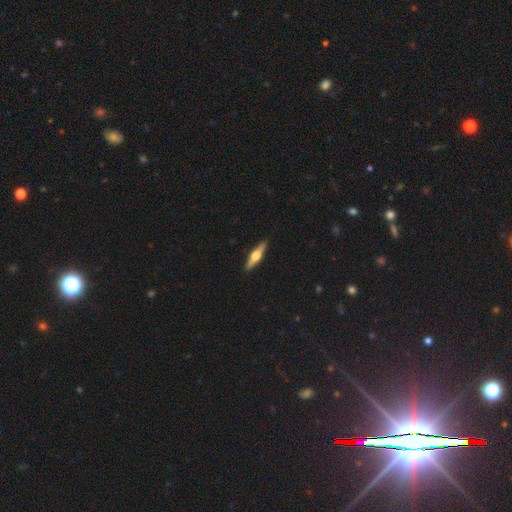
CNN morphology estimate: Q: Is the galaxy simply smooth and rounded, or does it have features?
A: featured or disk — 65%.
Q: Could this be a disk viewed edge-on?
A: yes — 96%.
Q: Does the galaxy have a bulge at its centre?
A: rounded — 95%.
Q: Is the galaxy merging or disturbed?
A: none — 91%.